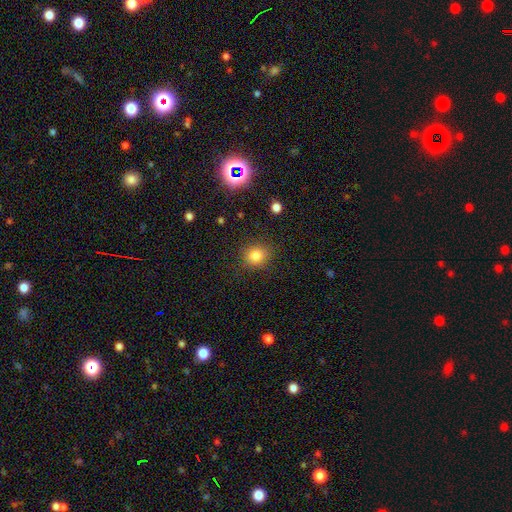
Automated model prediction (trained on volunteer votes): Smooth or featured? smooth (82%)
How rounded? round (77%)
Merging? none (86%)